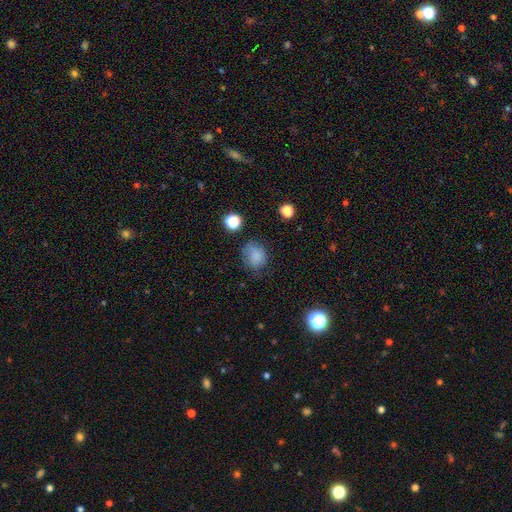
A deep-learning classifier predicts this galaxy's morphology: smooth 79%, star or artifact 13%, featured or disk 8%. Down the decision tree: how rounded — round (65%); merging — none (64%).